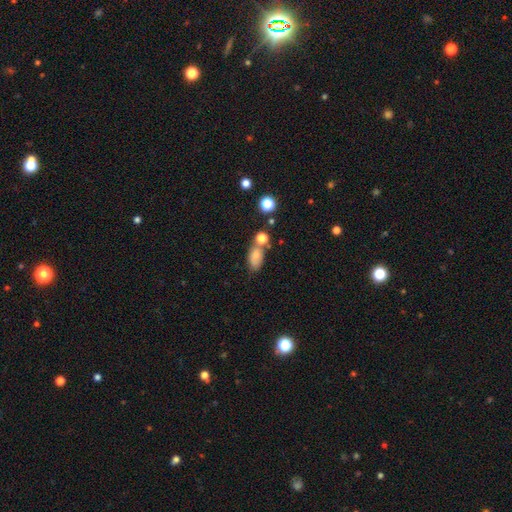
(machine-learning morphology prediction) Smooth or featured? Predicted: smooth (p=0.76). How rounded? Predicted: in between (p=0.83). Merging? Predicted: none (p=0.53).